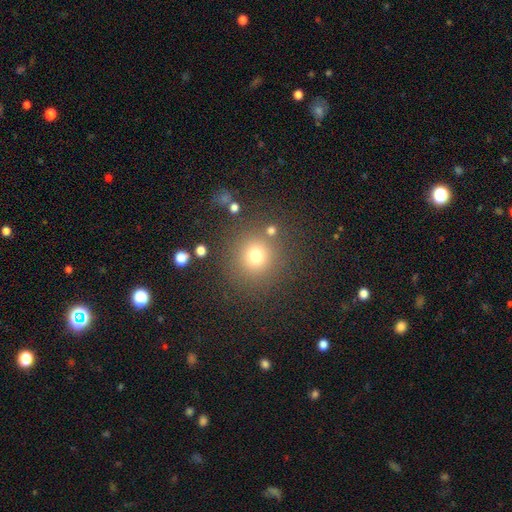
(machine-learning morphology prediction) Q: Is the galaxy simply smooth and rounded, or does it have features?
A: smooth — 73%.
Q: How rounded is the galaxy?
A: round — 93%.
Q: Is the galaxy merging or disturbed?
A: none — 82%.